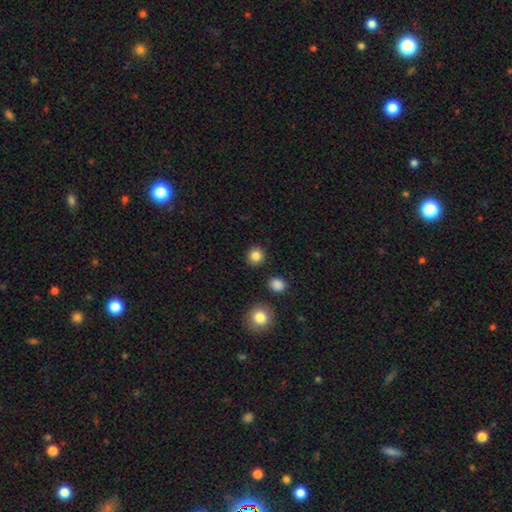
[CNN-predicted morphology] smooth_or_featured: smooth (p=0.85) [alt: star or artifact p=0.11]
how_rounded: round (p=0.90) [alt: in between p=0.09]
merging: none (p=0.90) [alt: minor disturbance p=0.06]